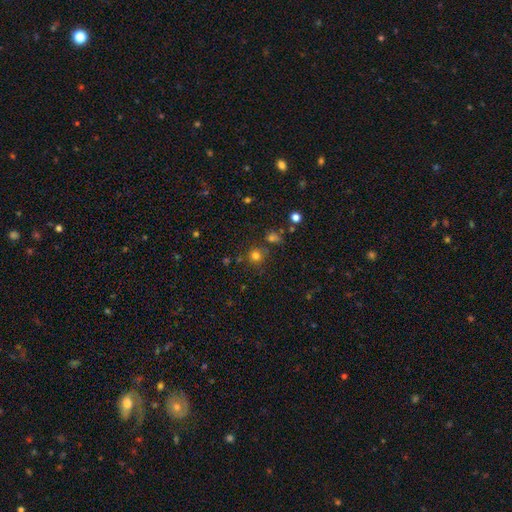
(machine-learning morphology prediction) Smooth or featured? Predicted: smooth (p=0.74). How rounded? Predicted: round (p=0.90). Merging? Predicted: none (p=0.76).